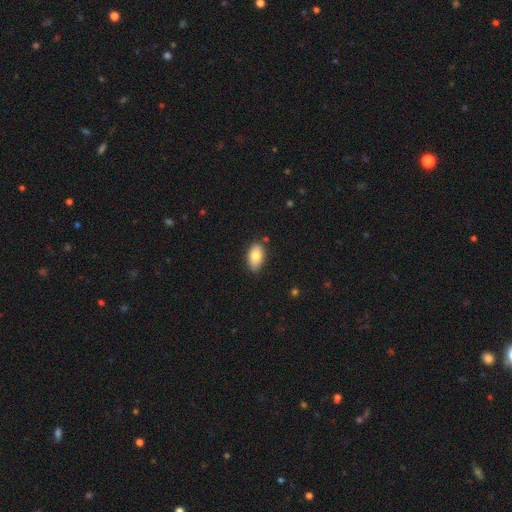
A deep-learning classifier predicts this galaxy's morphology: Q: Smooth or featured?
A: smooth (80%); runner-up: featured or disk (13%)
Q: How rounded?
A: in between (93%); runner-up: round (5%)
Q: Merging?
A: none (80%); runner-up: minor disturbance (15%)